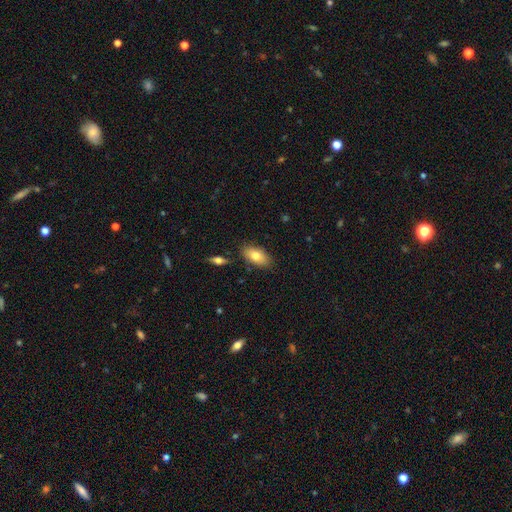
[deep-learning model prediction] This is likely a smooth galaxy (77%). How rounded: clearly in between (91%). Merging: clearly none (83%).